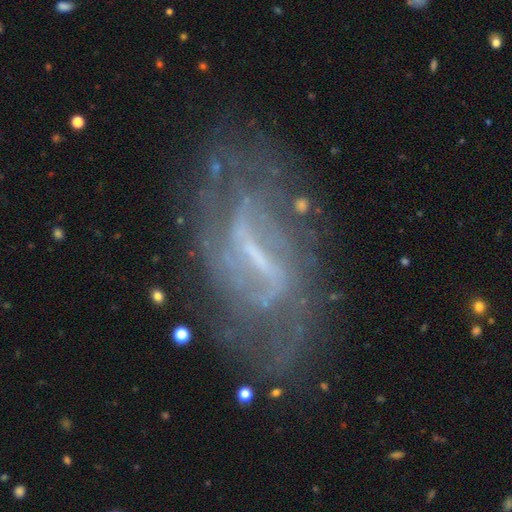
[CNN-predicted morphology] featured or disk 84%, star or artifact 8%, smooth 8%. Down the decision tree: edge-on disk — no (92%); bar — strong (57%); spiral arms — yes (84%); spiral arm count — 2 (53%); spiral winding — medium (37%); bulge size — small (46%); merging — none (68%).